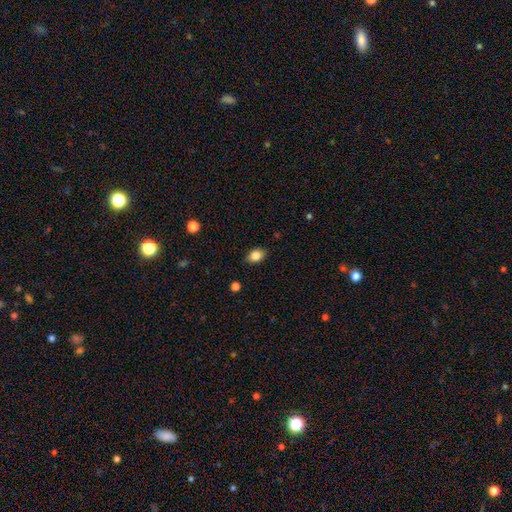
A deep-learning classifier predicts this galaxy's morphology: type=smooth (84%); roundness=in between (73%); merging=none (85%).